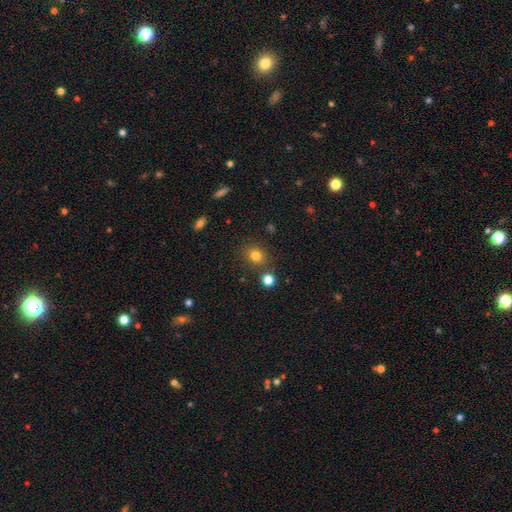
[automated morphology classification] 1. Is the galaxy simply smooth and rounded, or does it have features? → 79% smooth, 14% star or artifact, 7% featured or disk.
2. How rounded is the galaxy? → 70% round, 28% in between, 1% cigar-shaped.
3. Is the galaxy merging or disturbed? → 80% none, 9% minor disturbance, 7% merger, 3% major disturbance.